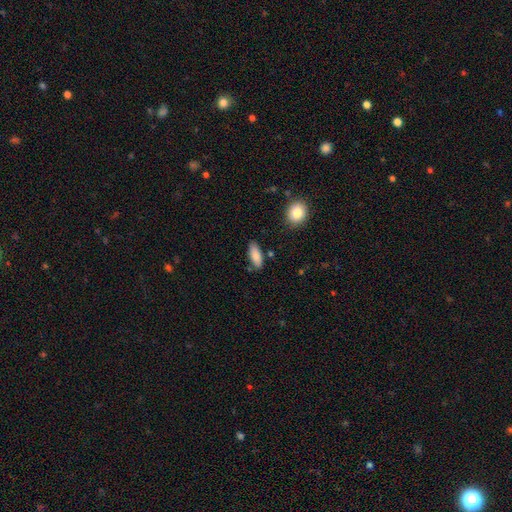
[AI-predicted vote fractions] The model was most divided on "how rounded": in between: 76%, cigar-shaped: 22%, round: 2%. More confident: smooth or featured — smooth (86%); merging — none (81%).